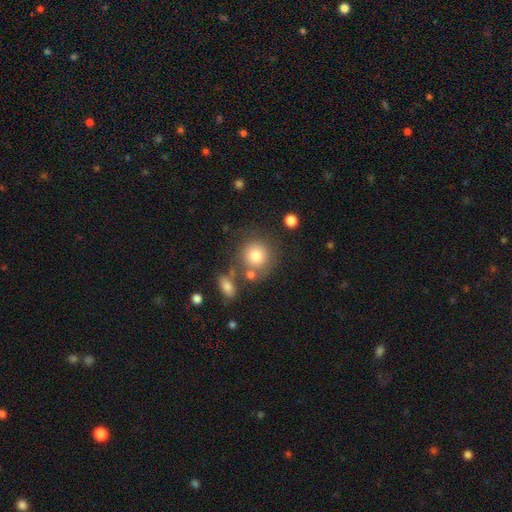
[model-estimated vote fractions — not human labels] Overall: smooth (80%). How rounded: round (90%). Merging: none (67%).